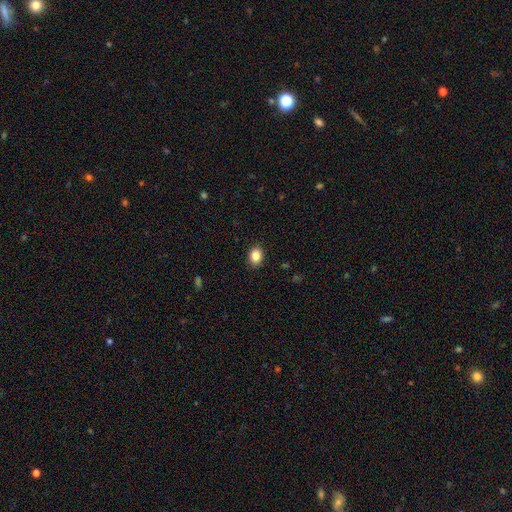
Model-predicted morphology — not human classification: Smooth or featured? Predicted: smooth (p=0.86). How rounded? Predicted: in between (p=0.66). Merging? Predicted: none (p=0.89).